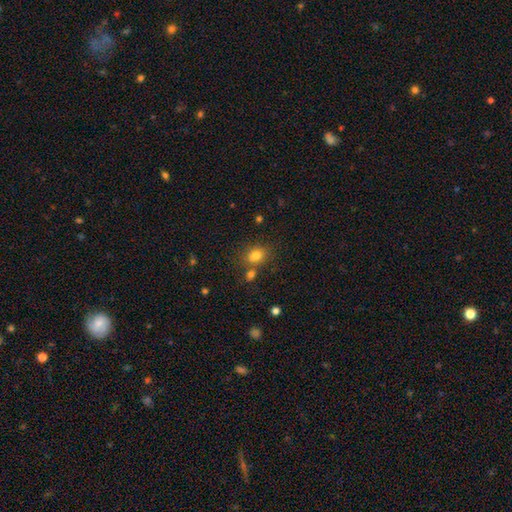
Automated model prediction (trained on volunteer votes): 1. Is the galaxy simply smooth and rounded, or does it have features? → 79% smooth, 13% star or artifact, 8% featured or disk.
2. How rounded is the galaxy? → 62% in between, 37% round, 1% cigar-shaped.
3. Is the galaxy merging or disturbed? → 59% none, 23% merger, 14% minor disturbance, 5% major disturbance.